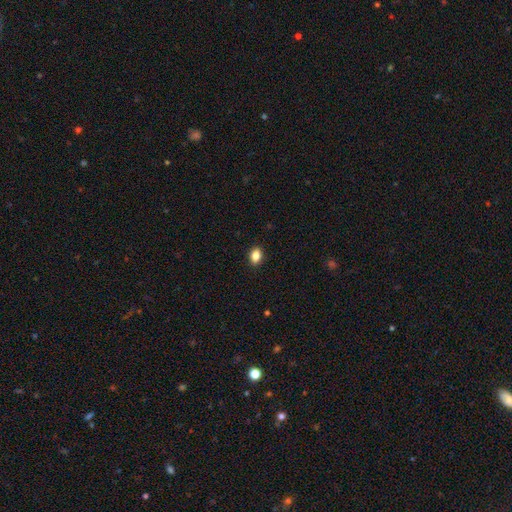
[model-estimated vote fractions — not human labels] Smooth or featured? smooth (85%)
How rounded? in between (77%)
Merging? none (90%)